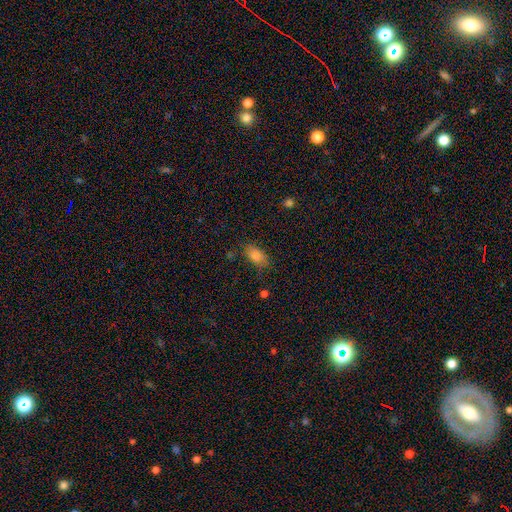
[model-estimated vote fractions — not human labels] Smooth or featured: smooth — 85% (star or artifact — 9%)
How rounded: in between — 90% (round — 6%)
Merging: none — 76% (minor disturbance — 17%)